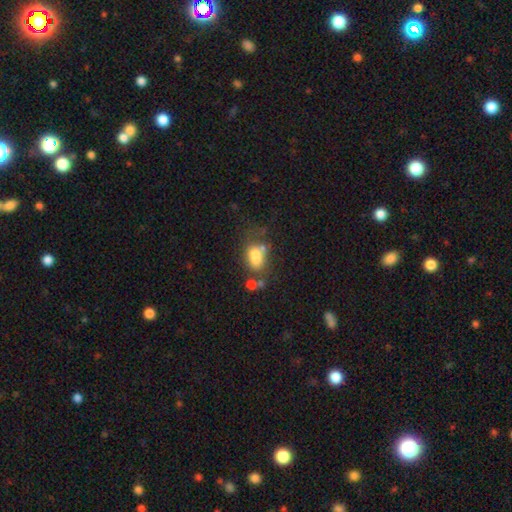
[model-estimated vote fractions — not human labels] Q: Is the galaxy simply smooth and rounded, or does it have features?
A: smooth — 74%.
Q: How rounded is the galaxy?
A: in between — 81%.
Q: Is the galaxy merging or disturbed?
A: none — 38%.